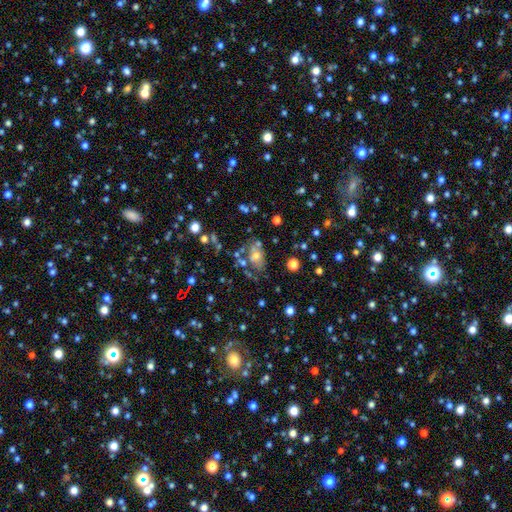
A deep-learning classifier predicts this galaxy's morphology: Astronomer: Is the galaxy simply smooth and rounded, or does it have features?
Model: smooth — 40% (runner-up: featured or disk, 33%).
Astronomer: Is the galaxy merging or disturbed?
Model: none — 53%.